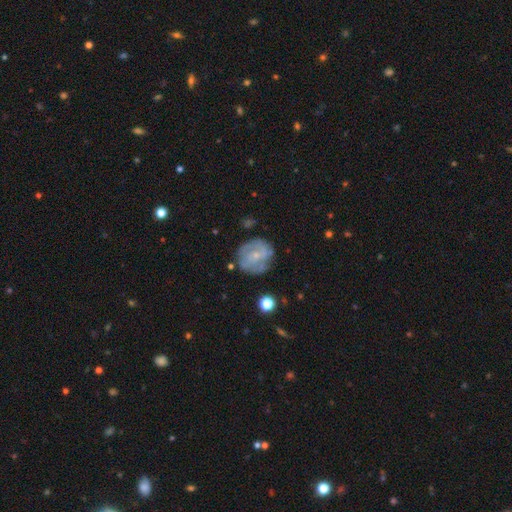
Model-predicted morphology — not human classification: Smooth or featured? Predicted: featured or disk (p=0.64). Edge-on disk? Predicted: no (p=0.98). Bar? Predicted: no (p=0.70). Spiral arms? Predicted: yes (p=0.67). Bulge size? Predicted: small (p=0.74). Merging? Predicted: none (p=0.67).